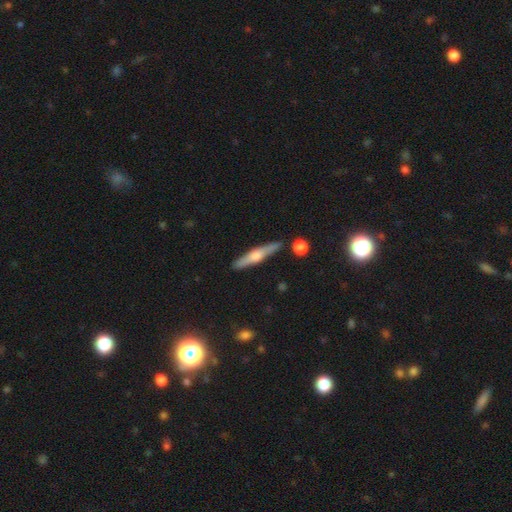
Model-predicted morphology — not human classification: This appears to be a featured or disk galaxy (58%) viewed edge-on (95%) with a rounded central bulge (89%). Merging: none (87%).